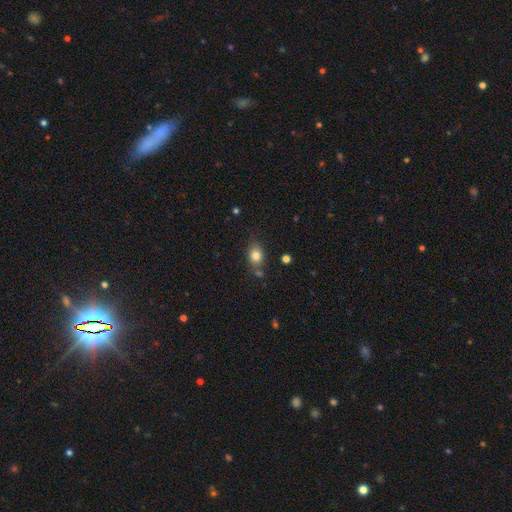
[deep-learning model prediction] This is clearly a smooth galaxy (81%). How rounded: possibly in between (55%). Merging: likely none (68%).